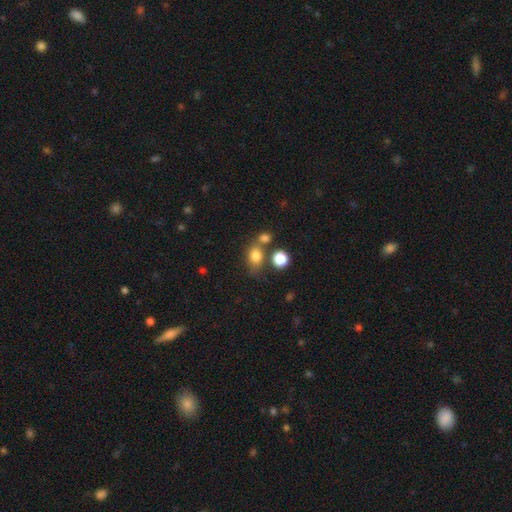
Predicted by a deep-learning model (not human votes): Smooth or featured: smooth — 79% (star or artifact — 12%)
How rounded: in between — 63% (round — 35%)
Merging: none — 52% (merger — 25%)